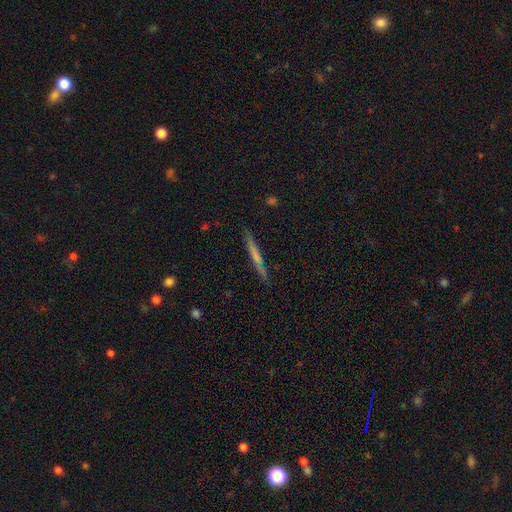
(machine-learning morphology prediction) A smooth galaxy with no disk features (48%). Merging: none (86%).